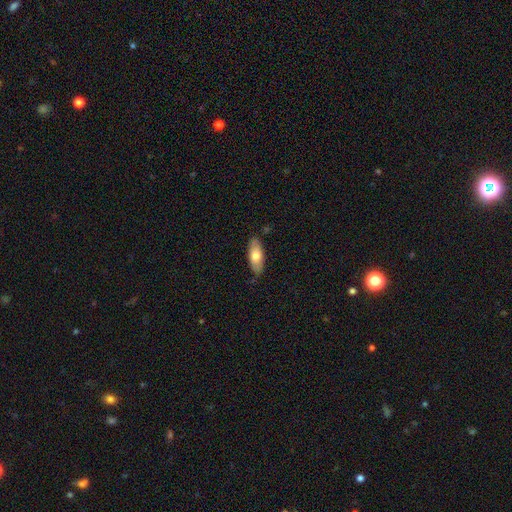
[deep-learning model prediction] Q: Smooth or featured?
A: smooth (70%); runner-up: featured or disk (24%)
Q: How rounded?
A: in between (77%); runner-up: cigar-shaped (21%)
Q: Merging?
A: none (82%); runner-up: minor disturbance (14%)